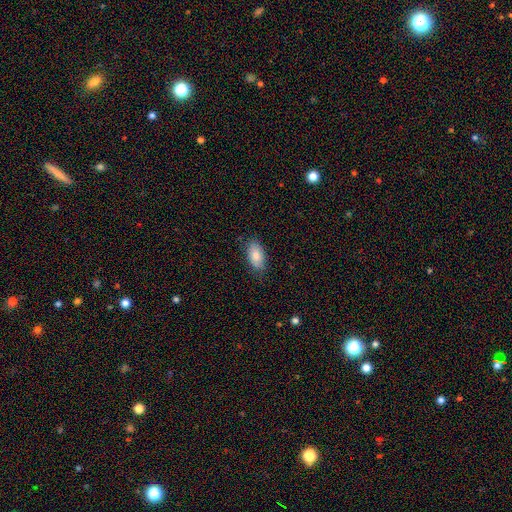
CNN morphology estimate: smooth 82%, featured or disk 11%, star or artifact 7%. Down the decision tree: how rounded — in between (93%); merging — none (78%).